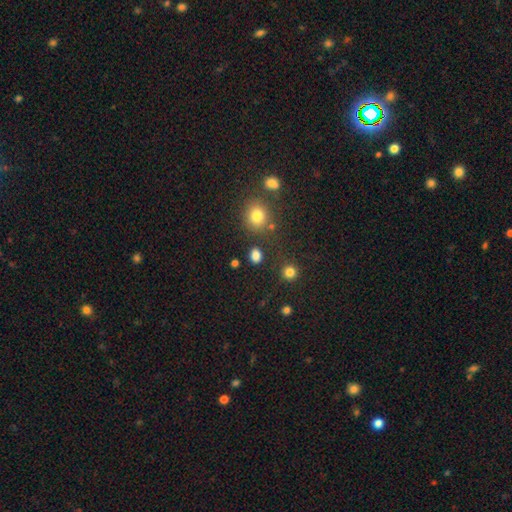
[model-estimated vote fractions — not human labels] Smooth or featured? smooth (82%)
How rounded? round (51%)
Merging? none (83%)